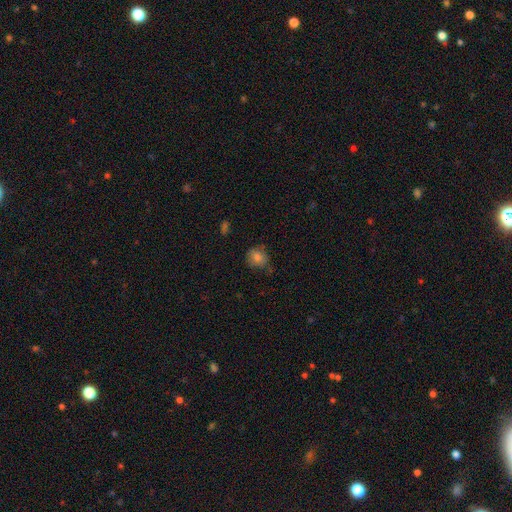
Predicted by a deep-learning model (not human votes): Overall: smooth (63%). How rounded: round (80%). Merging: none (71%).